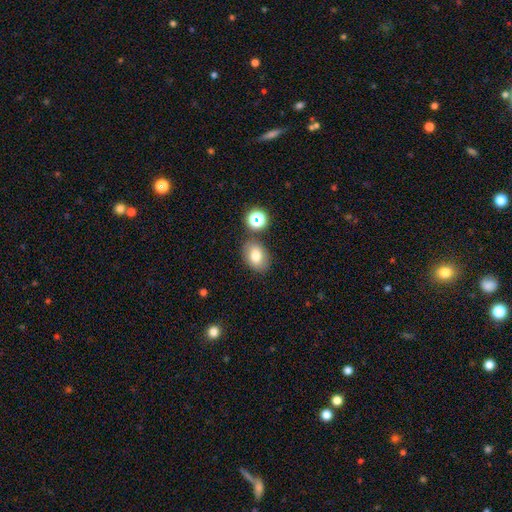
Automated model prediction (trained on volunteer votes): A smooth galaxy with no disk features (77%) that is in between round and cigar-shaped (76%). Merging: none (79%).